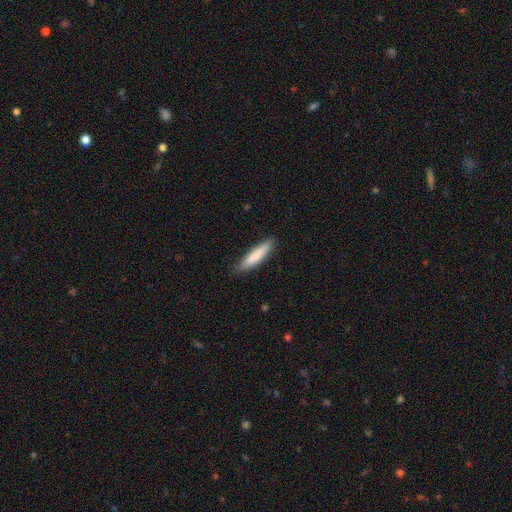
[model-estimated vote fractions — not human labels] Overall: smooth (82%). How rounded: cigar-shaped (84%). Merging: none (87%).